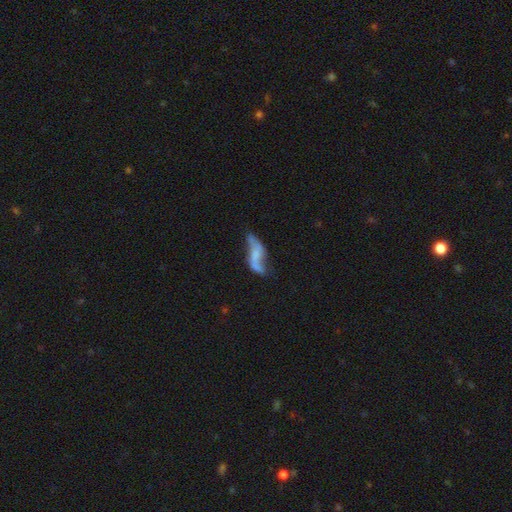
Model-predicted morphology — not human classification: This is likely a featured or disk galaxy (66%). It is clearly not viewed edge-on (88%). Bar: possibly no (57%). Spiral arm pattern: likely yes (78%). Central bulge: possibly none (46%). Merging: possibly none (46%).